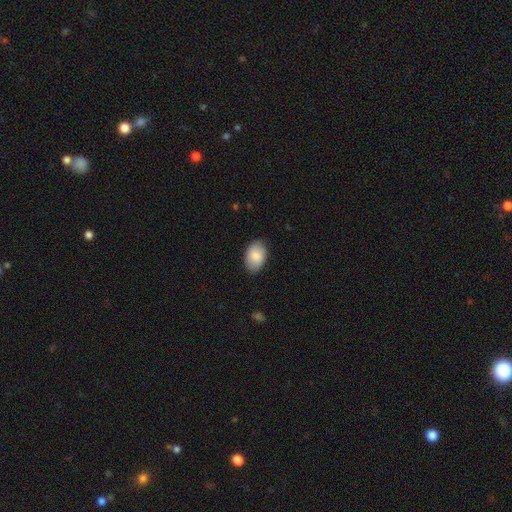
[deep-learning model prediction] smooth-or-featured: smooth: 85% | featured or disk: 9% | star or artifact: 6%
  how-rounded: in between: 89% | round: 10% | cigar-shaped: 1%
  merging: none: 86% | minor disturbance: 11% | major disturbance: 2% | merger: 1%